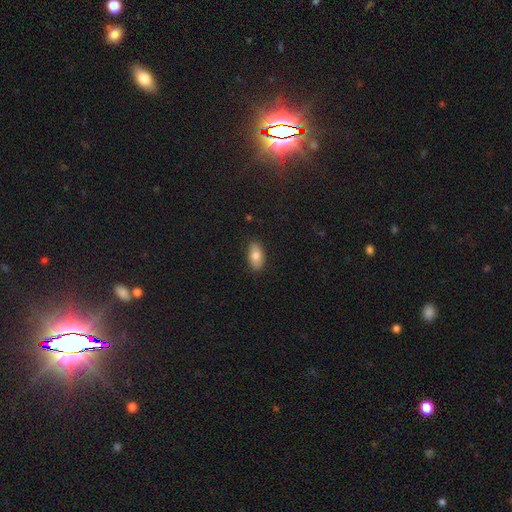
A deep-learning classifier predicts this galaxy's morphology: smooth_or_featured: smooth (p=0.80) [alt: featured or disk p=0.13]
how_rounded: in between (p=0.92) [alt: round p=0.04]
merging: none (p=0.87) [alt: minor disturbance p=0.10]